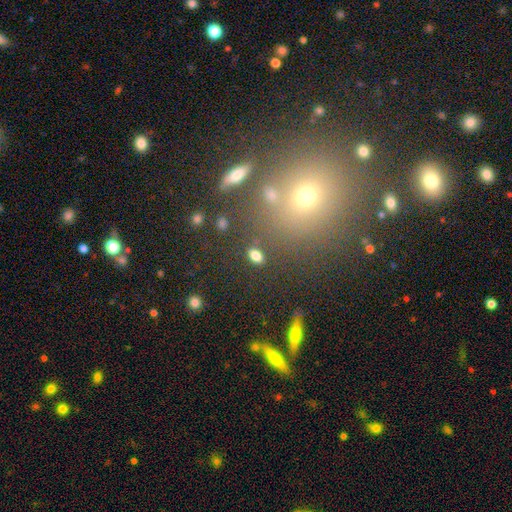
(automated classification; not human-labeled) This is clearly a smooth galaxy (81%). How rounded: clearly in between (86%). Merging: clearly none (83%).